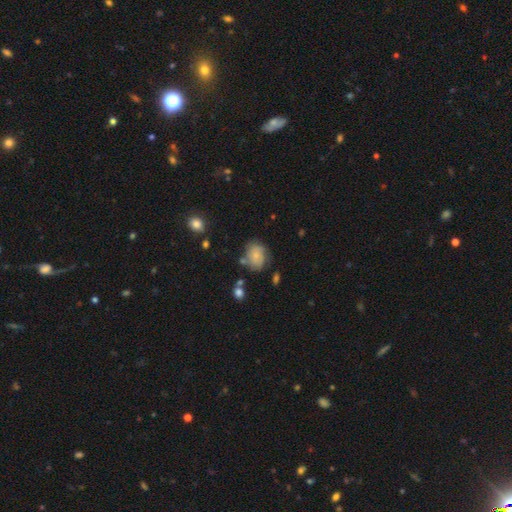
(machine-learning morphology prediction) This is likely a smooth galaxy (65%). How rounded: possibly in between (51%). Merging: possibly none (60%).